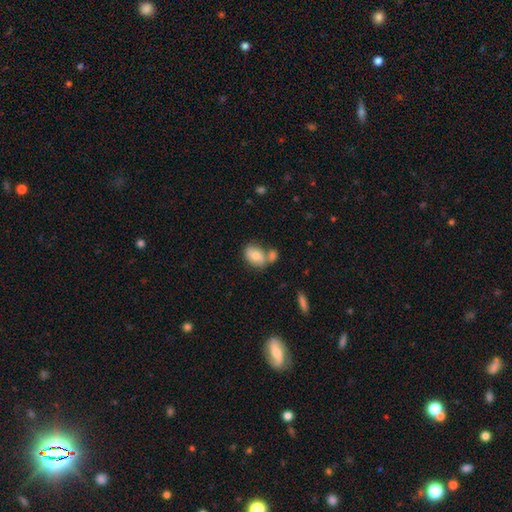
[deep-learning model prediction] smooth-or-featured: smooth: 72% | featured or disk: 20% | star or artifact: 7%
  how-rounded: in between: 79% | round: 19% | cigar-shaped: 2%
  merging: none: 41% | merger: 38% | minor disturbance: 16% | major disturbance: 6%